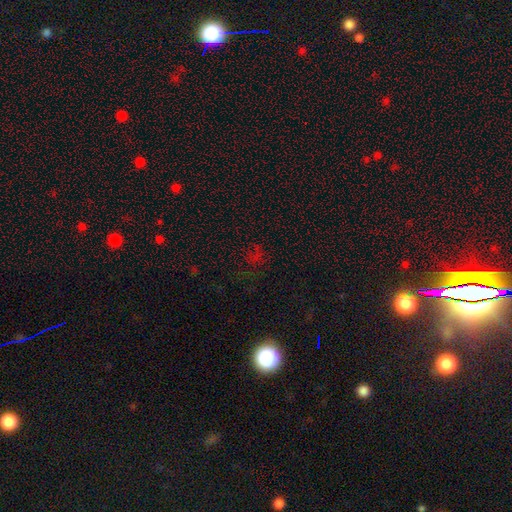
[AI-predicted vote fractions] star or artifact 57%, smooth 34%, featured or disk 9%.